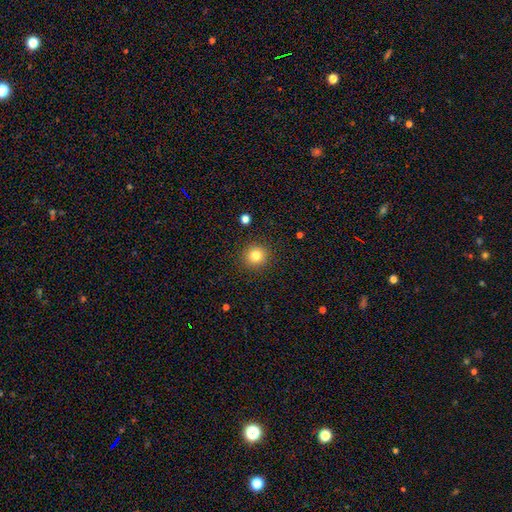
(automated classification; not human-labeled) Smooth or featured? Predicted: smooth (p=0.81). How rounded? Predicted: round (p=0.93). Merging? Predicted: none (p=0.91).